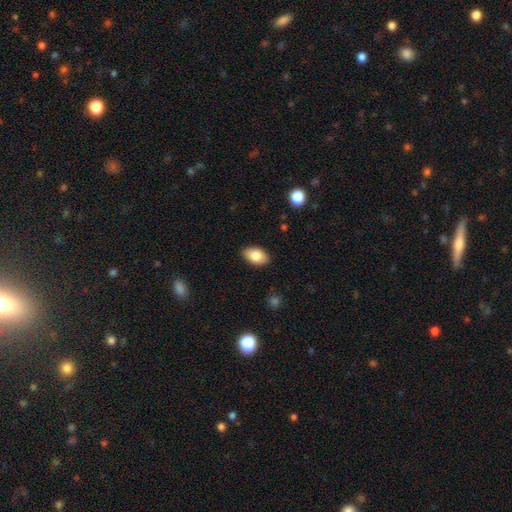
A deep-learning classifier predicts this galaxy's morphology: smooth 84%, featured or disk 9%, star or artifact 7%. Down the decision tree: how rounded — in between (91%); merging — none (87%).